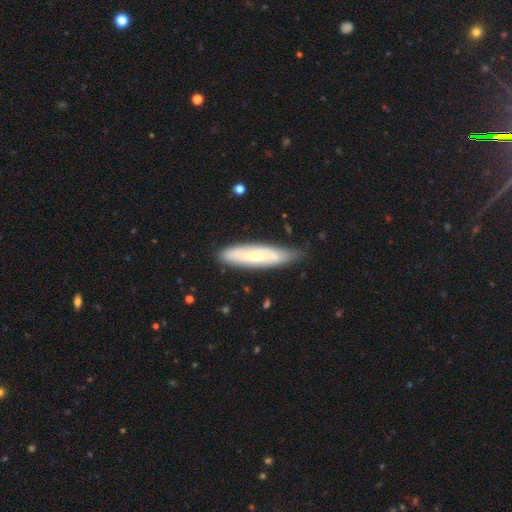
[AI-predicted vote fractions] smooth_or_featured: smooth (p=0.50) [alt: featured or disk p=0.44]
merging: none (p=0.73) [alt: minor disturbance p=0.22]